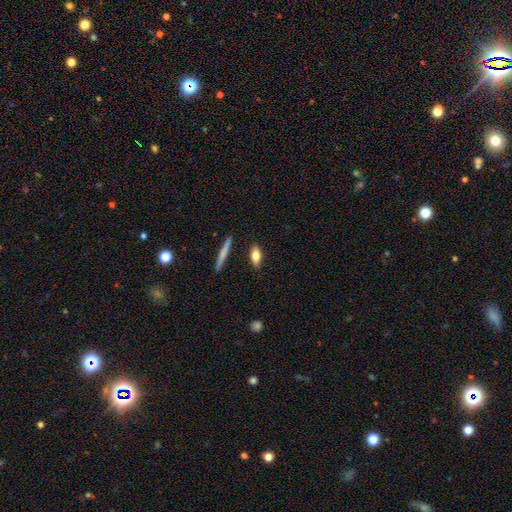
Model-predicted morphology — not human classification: Smooth or featured? smooth (75%)
How rounded? in between (68%)
Merging? none (87%)